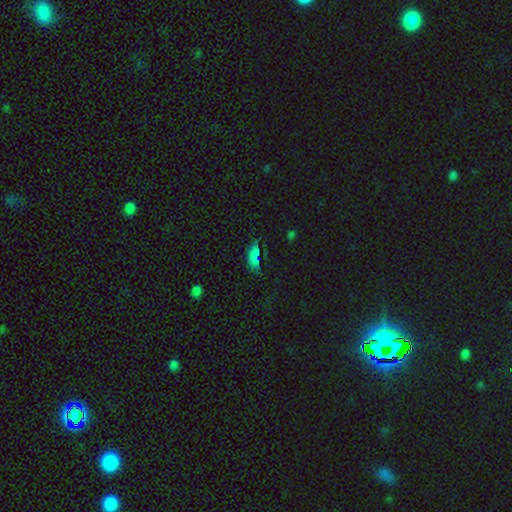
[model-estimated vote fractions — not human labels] smooth-or-featured: smooth: 58% | star or artifact: 35% | featured or disk: 7%
  how-rounded: in between: 82% | cigar-shaped: 10% | round: 8%
  merging: none: 71% | minor disturbance: 18% | major disturbance: 7% | merger: 4%